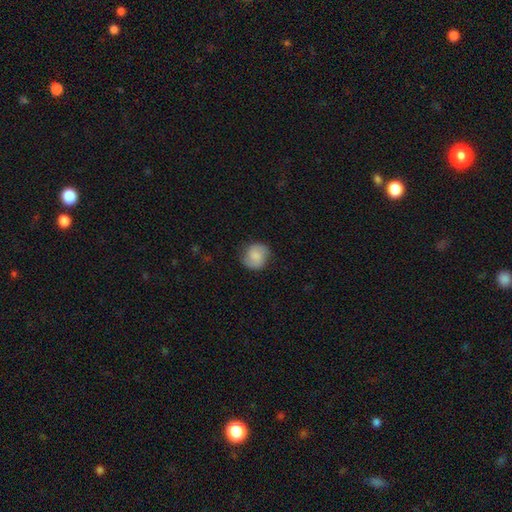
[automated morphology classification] Smooth or featured?
  - smooth: 67% *
  - featured or disk: 25%
  - star or artifact: 8%
How rounded?
  - round: 82% *
  - in between: 17%
  - cigar-shaped: 1%
Merging?
  - none: 78% *
  - minor disturbance: 16%
  - major disturbance: 5%
  - merger: 1%